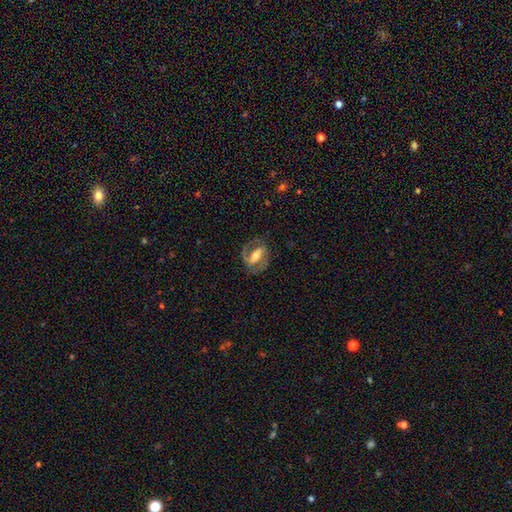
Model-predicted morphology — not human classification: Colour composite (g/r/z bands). It shows a featured or disk galaxy (77%) with a strong bar (55%), 2 (84%) medium (49%) spiral arms (84%) and a moderate central bulge (62%). Merging: none (76%).